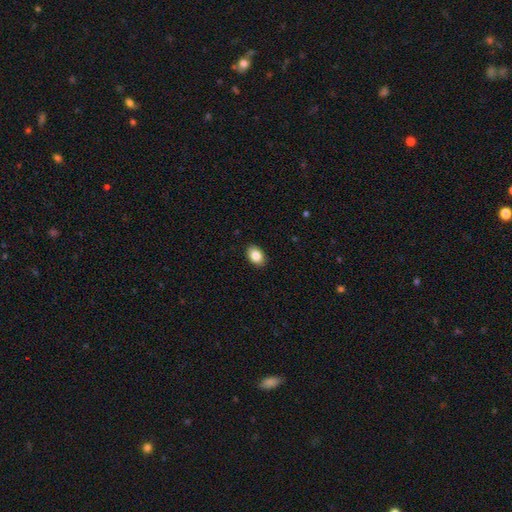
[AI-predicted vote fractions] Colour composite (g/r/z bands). It shows a smooth galaxy with no disk features (85%) that is in between round and cigar-shaped (80%). Merging: none (90%).